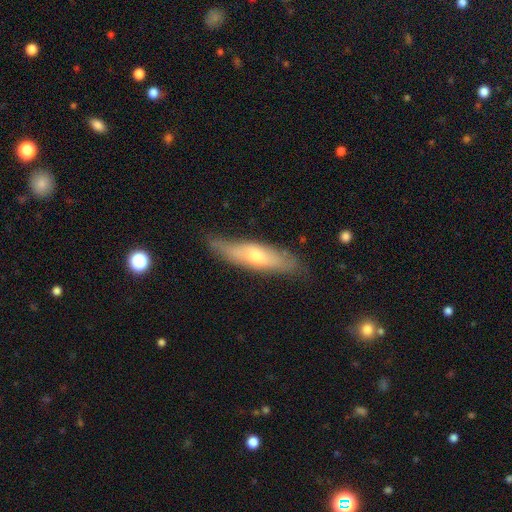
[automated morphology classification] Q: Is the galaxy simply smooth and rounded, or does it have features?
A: smooth — 47%, tied with featured or disk.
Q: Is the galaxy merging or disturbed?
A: none — 72%.